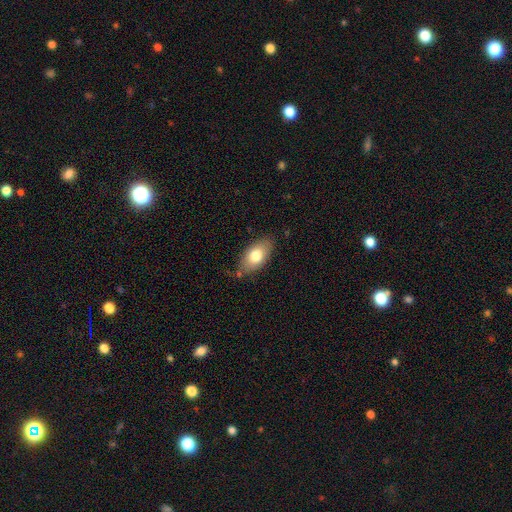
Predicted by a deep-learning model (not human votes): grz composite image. It shows a smooth galaxy with no disk features (76%) that is in between round and cigar-shaped (91%). Merging: none (75%).